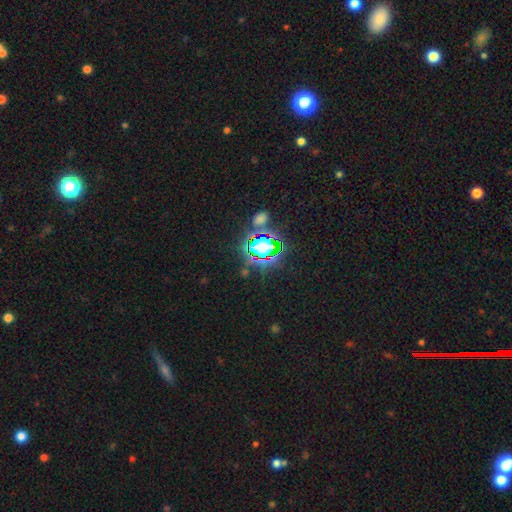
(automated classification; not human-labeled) Smooth or featured: star or artifact — 78% (smooth — 14%)